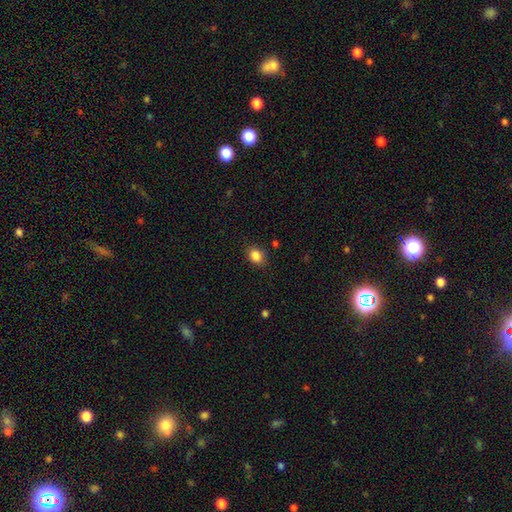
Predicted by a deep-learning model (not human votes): A smooth galaxy with no disk features (86%) that is in between round and cigar-shaped (56%). Merging: none (86%).